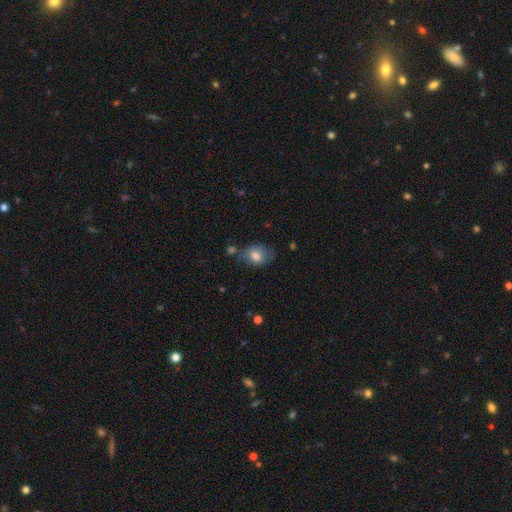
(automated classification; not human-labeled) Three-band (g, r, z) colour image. It shows a smooth galaxy with no disk features (75%) that is in between round and cigar-shaped (66%). Merging: none (59%).